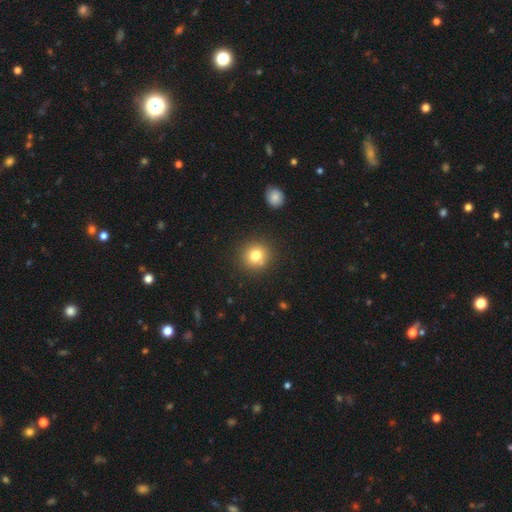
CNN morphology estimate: This is likely a smooth galaxy (79%). How rounded: clearly round (90%). Merging: clearly none (84%).